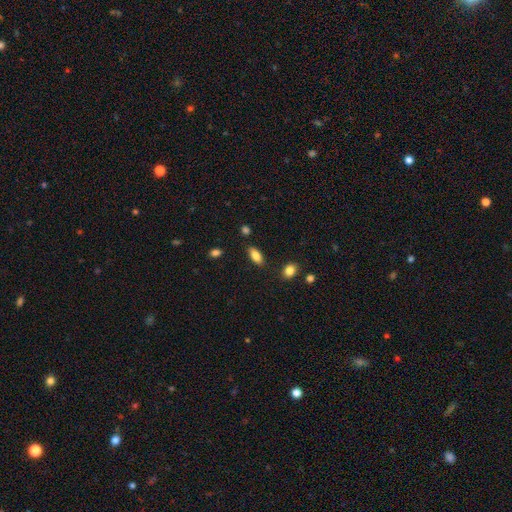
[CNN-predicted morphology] Smooth or featured? smooth (84%)
How rounded? in between (87%)
Merging? none (84%)